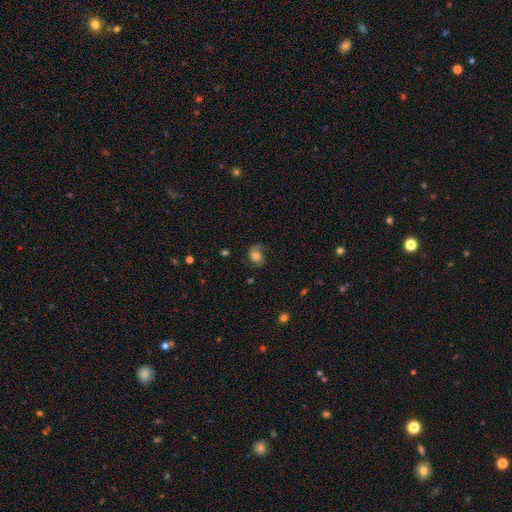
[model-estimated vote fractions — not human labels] Smooth or featured: featured or disk — 48% (smooth — 41%)
Merging: none — 57% (minor disturbance — 23%)